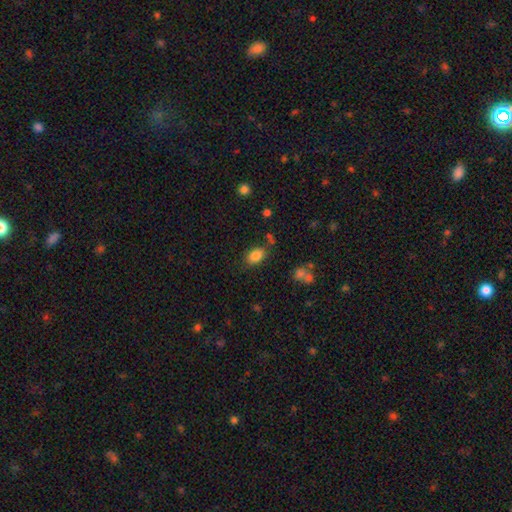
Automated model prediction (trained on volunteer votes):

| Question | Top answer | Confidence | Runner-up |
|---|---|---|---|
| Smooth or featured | smooth | 84% | star or artifact (9%) |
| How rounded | in between | 86% | round (12%) |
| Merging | none | 78% | minor disturbance (13%) |